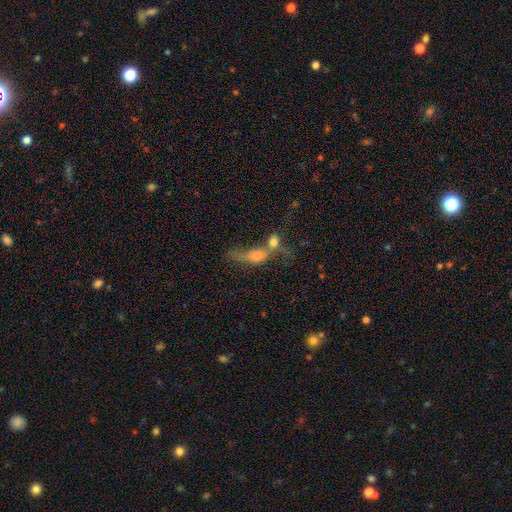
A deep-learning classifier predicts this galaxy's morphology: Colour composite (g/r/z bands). It shows a smooth galaxy with no disk features (60%) that is in between round and cigar-shaped (60%). Merging: merger (64%).